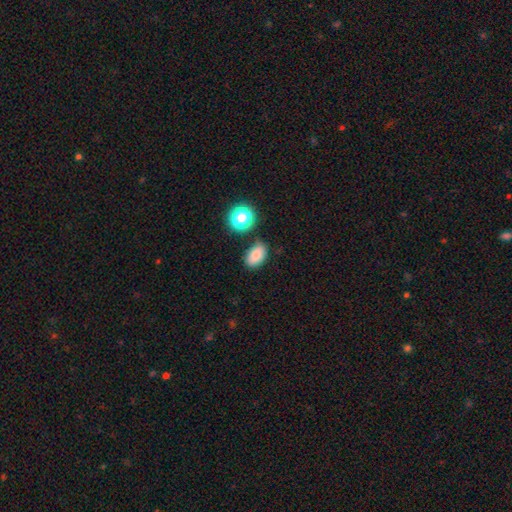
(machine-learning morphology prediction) The model was most divided on "merging": none: 73%, minor disturbance: 17%, merger: 6%, major disturbance: 4%. More confident: how rounded — in between (85%); smooth or featured — smooth (82%).